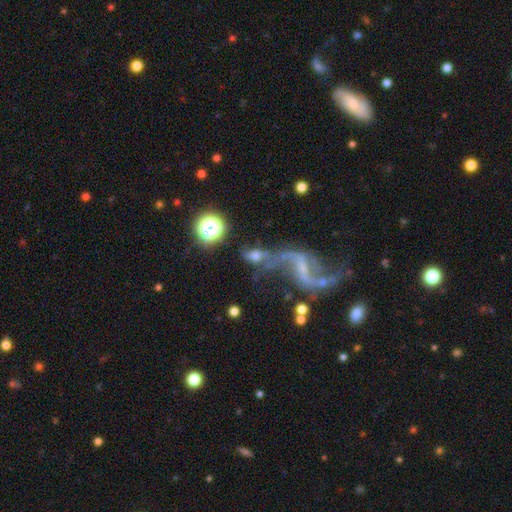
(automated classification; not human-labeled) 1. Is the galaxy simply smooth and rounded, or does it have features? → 47% featured or disk, 34% smooth, 19% star or artifact.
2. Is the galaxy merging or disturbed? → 46% merger, 24% none, 19% major disturbance, 11% minor disturbance.